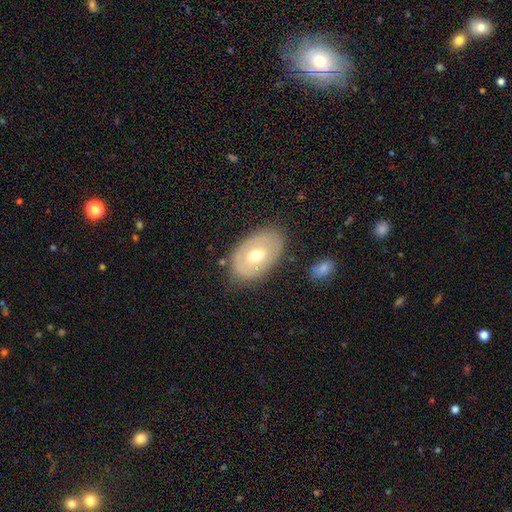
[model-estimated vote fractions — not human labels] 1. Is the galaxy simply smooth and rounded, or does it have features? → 48% smooth, 45% featured or disk, 6% star or artifact.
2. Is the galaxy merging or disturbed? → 77% none, 15% minor disturbance, 5% major disturbance, 3% merger.